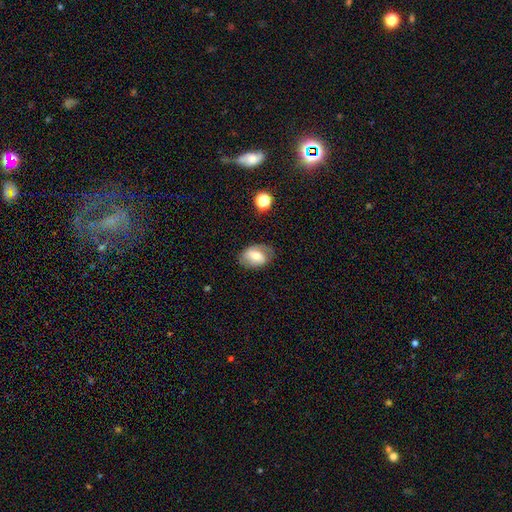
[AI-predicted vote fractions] This is possibly a smooth galaxy (47%). Merging: likely none (73%).